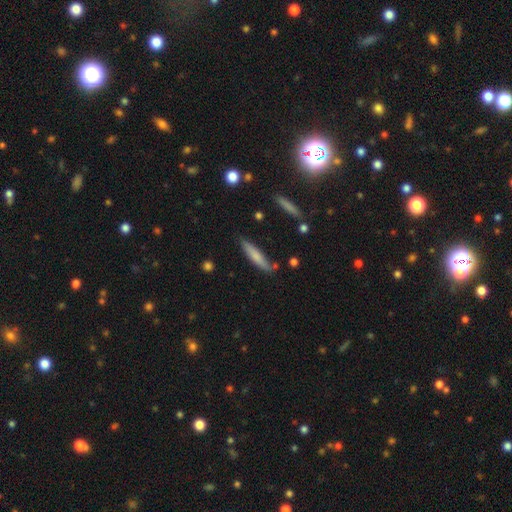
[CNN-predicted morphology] smooth_or_featured: smooth (p=0.70) [alt: featured or disk p=0.24]
how_rounded: cigar-shaped (p=0.83) [alt: in between p=0.15]
merging: none (p=0.74) [alt: minor disturbance p=0.18]